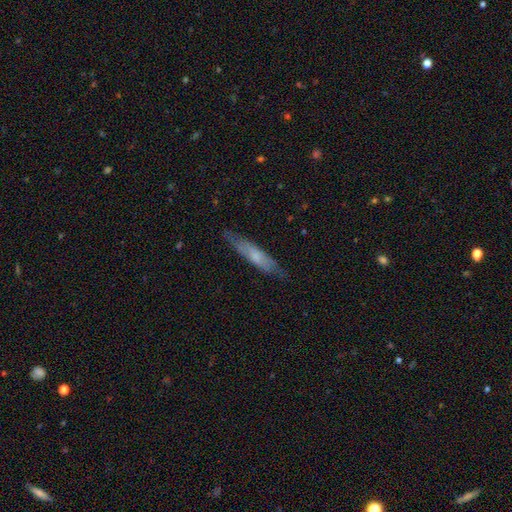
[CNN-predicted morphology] smooth_or_featured: smooth (p=0.51) [alt: featured or disk p=0.43]
how_rounded: cigar-shaped (p=0.83) [alt: in between p=0.16]
merging: none (p=0.78) [alt: minor disturbance p=0.17]